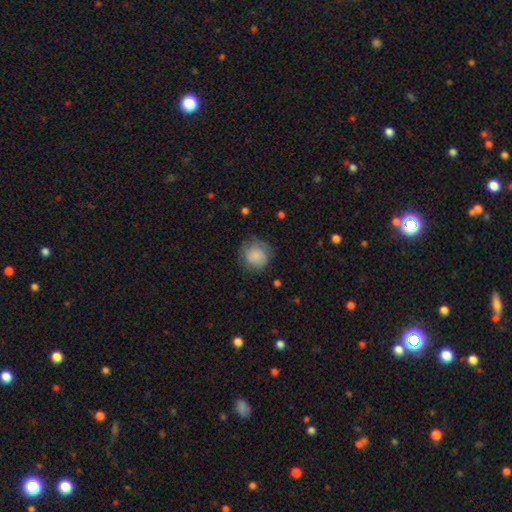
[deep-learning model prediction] Overall: smooth (74%). How rounded: round (90%). Merging: none (69%).